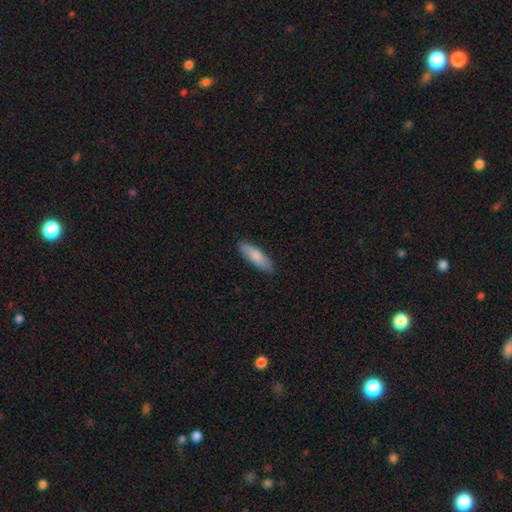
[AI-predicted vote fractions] This appears to be a smooth galaxy with no disk features (82%) that is cigar-shaped (55%). Merging: none (87%).